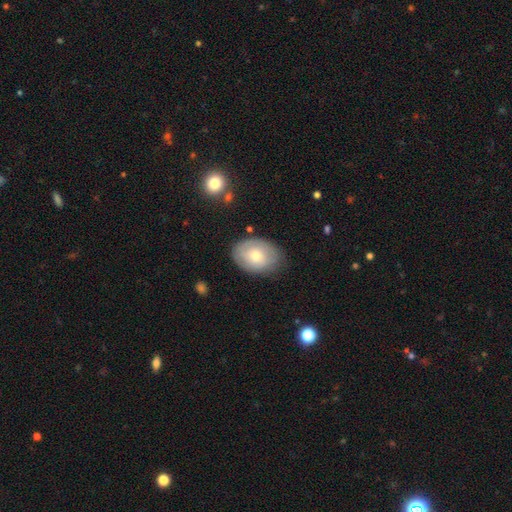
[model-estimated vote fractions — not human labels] Q: Smooth or featured?
A: smooth (55%); runner-up: featured or disk (38%)
Q: How rounded?
A: in between (79%); runner-up: round (20%)
Q: Merging?
A: none (76%); runner-up: minor disturbance (18%)